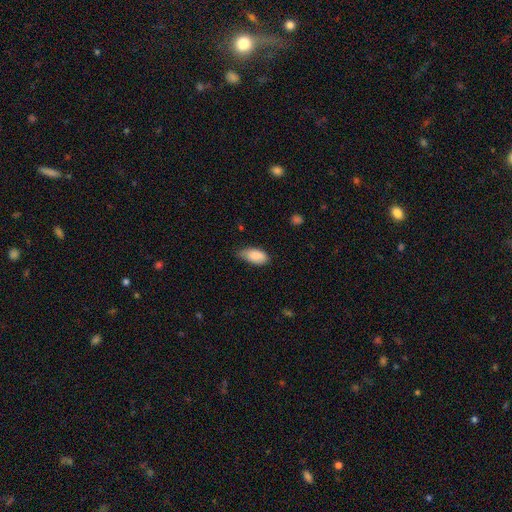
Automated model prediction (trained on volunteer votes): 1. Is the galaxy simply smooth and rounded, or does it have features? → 88% smooth, 7% star or artifact, 5% featured or disk.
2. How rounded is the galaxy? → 93% in between, 4% cigar-shaped, 3% round.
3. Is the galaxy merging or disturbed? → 51% none, 40% minor disturbance, 8% major disturbance, 2% merger.